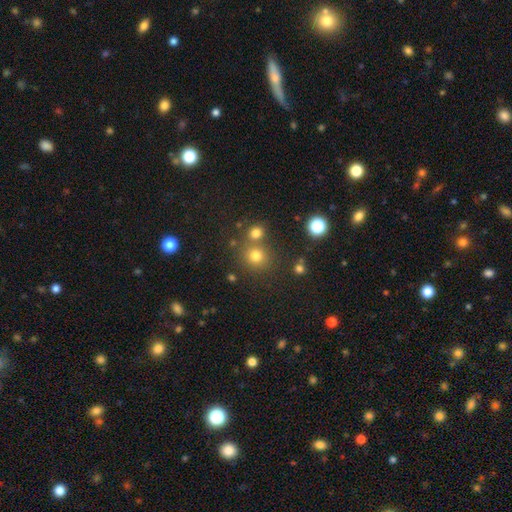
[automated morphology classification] This is likely a smooth galaxy (73%). How rounded: clearly round (89%). Merging: likely none (71%).